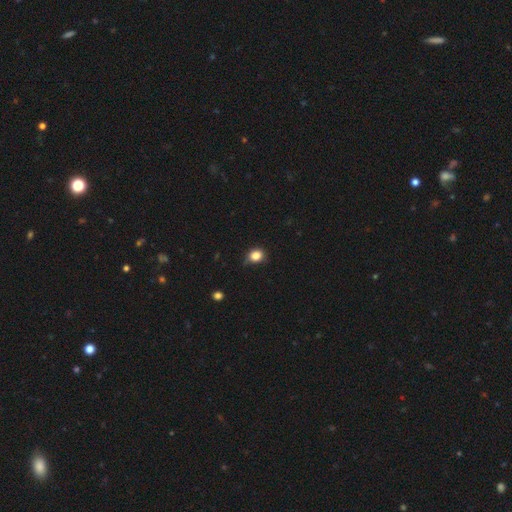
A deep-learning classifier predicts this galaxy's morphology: A smooth galaxy with no disk features (84%) that is round (68%). Merging: none (66%).